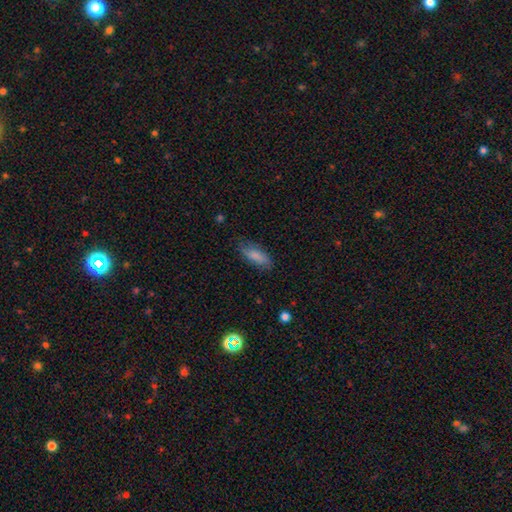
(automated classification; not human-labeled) Smooth or featured?
  - smooth: 81% *
  - featured or disk: 12%
  - star or artifact: 7%
How rounded?
  - in between: 70% *
  - cigar-shaped: 28%
  - round: 2%
Merging?
  - none: 74% *
  - minor disturbance: 20%
  - major disturbance: 5%
  - merger: 1%